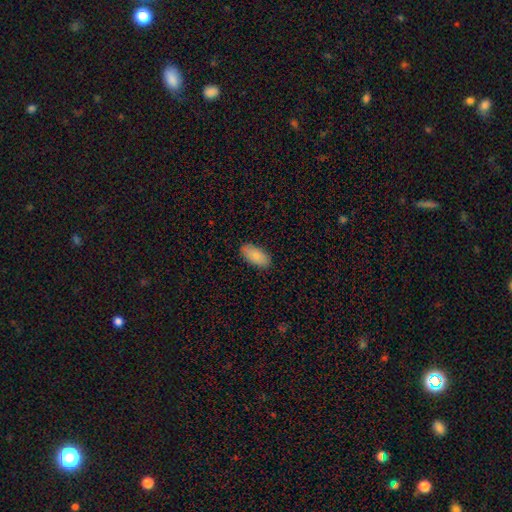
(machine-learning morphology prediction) smooth 87%, featured or disk 7%, star or artifact 6%. Down the decision tree: how rounded — in between (93%); merging — none (88%).